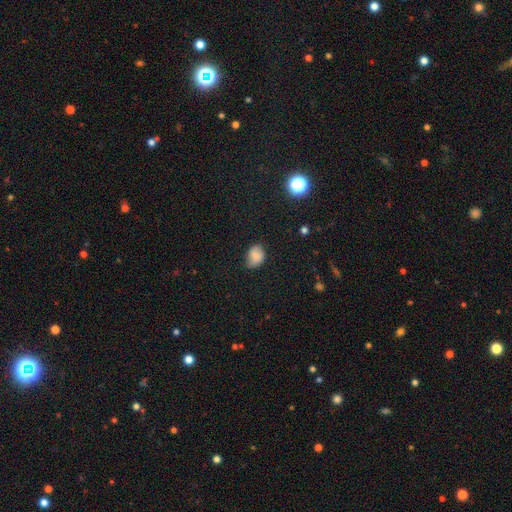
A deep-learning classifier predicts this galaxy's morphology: Smooth or featured? smooth (74%)
How rounded? in between (69%)
Merging? none (65%)